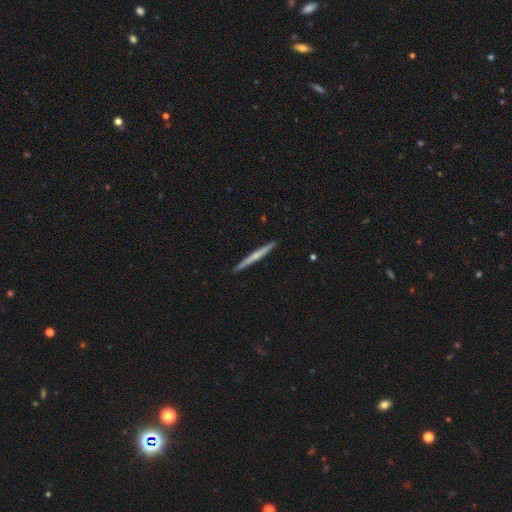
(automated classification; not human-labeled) Q: Smooth or featured?
A: featured or disk (54%); runner-up: smooth (40%)
Q: Edge-on disk?
A: yes (98%); runner-up: no (2%)
Q: Edge-on bulge?
A: none (53%); runner-up: rounded (42%)
Q: Merging?
A: none (93%); runner-up: minor disturbance (5%)